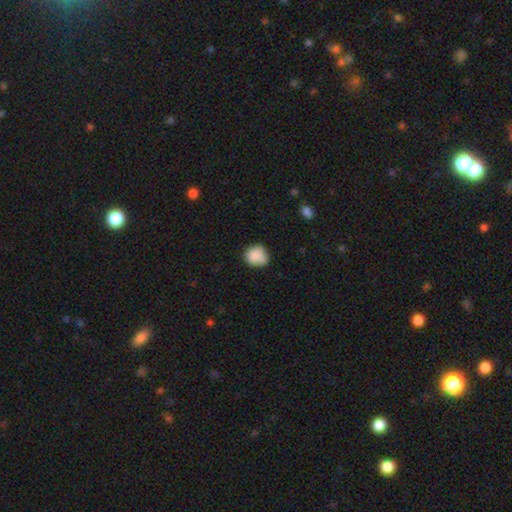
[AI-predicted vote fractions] Morphology: type=smooth (84%); roundness=round (82%); merging=none (62%).